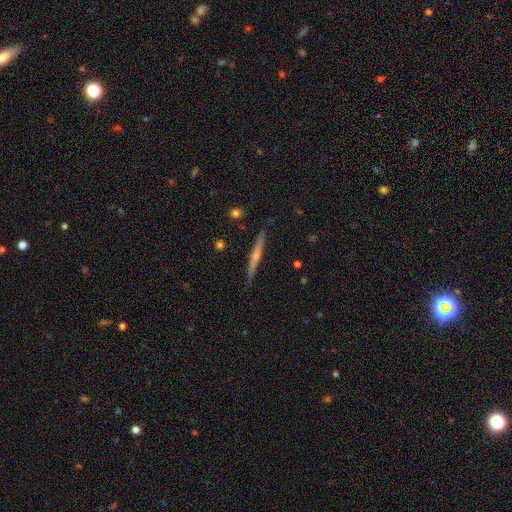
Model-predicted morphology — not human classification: Smooth or featured: featured or disk — 62% (smooth — 31%)
Edge-on disk: yes — 97% (no — 3%)
Edge-on bulge: rounded — 64% (none — 31%)
Merging: none — 87% (minor disturbance — 10%)